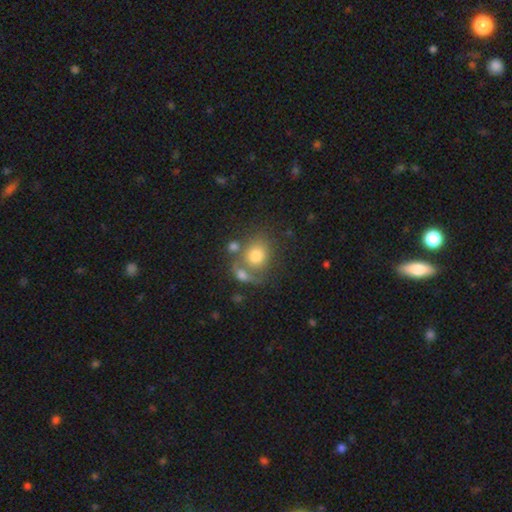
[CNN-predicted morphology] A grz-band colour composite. It shows a smooth galaxy with no disk features (71%) that is round (71%). Merging: none (45%).